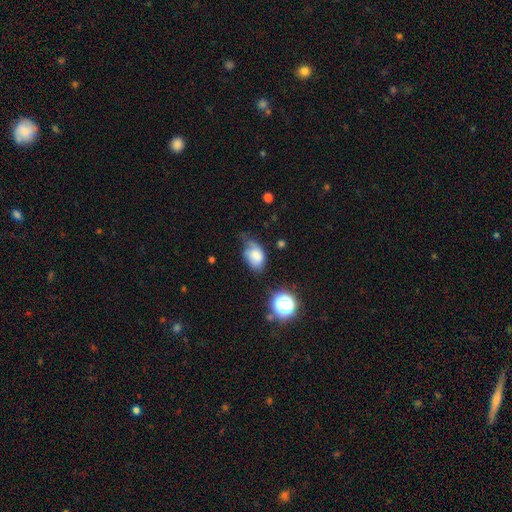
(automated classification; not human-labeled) Q: Smooth or featured?
A: smooth (71%); runner-up: featured or disk (18%)
Q: How rounded?
A: in between (80%); runner-up: round (19%)
Q: Merging?
A: minor disturbance (41%); runner-up: none (33%)